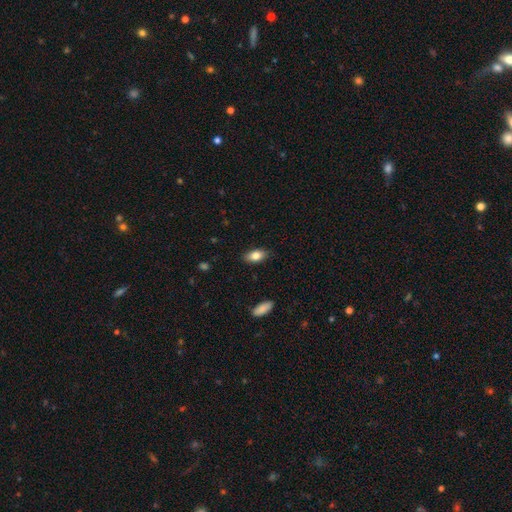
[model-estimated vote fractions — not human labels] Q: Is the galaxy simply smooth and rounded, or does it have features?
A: smooth — 82%.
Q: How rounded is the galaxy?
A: in between — 89%.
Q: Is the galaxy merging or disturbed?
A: none — 87%.